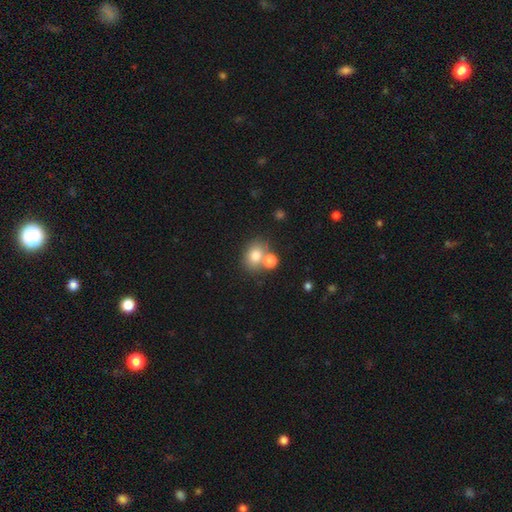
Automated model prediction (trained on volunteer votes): smooth_or_featured: smooth (p=0.78) [alt: star or artifact p=0.11]
how_rounded: round (p=0.54) [alt: in between p=0.45]
merging: none (p=0.50) [alt: merger p=0.36]